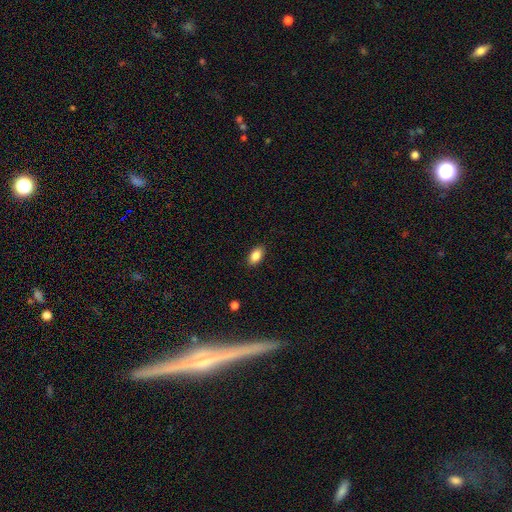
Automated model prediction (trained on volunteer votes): smooth 87%, star or artifact 8%, featured or disk 5%. Down the decision tree: how rounded — in between (91%); merging — none (88%).